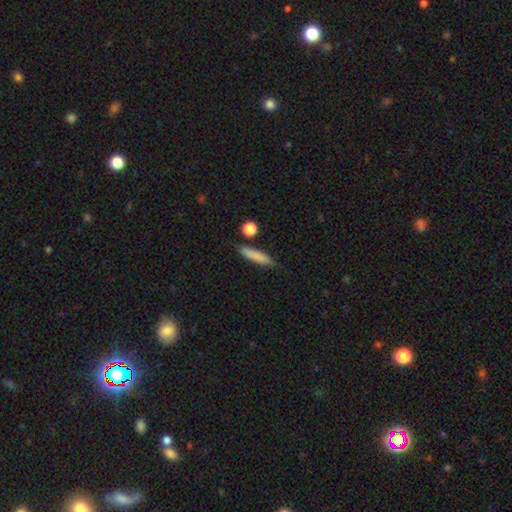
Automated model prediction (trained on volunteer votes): A smooth galaxy with no disk features (82%) that is cigar-shaped (82%). Merging: none (81%).